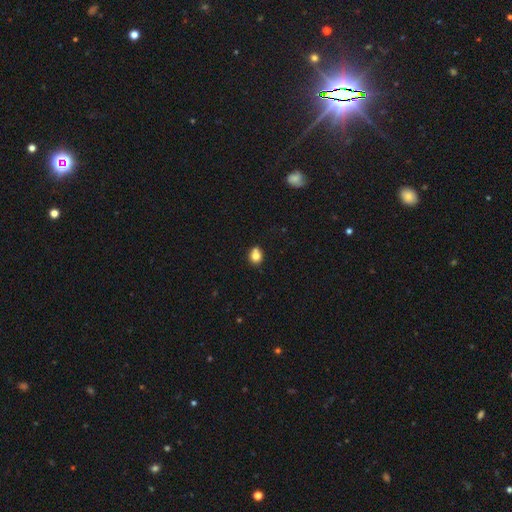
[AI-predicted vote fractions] This appears to be a smooth galaxy with no disk features (79%) that is round (70%). Merging: none (63%).